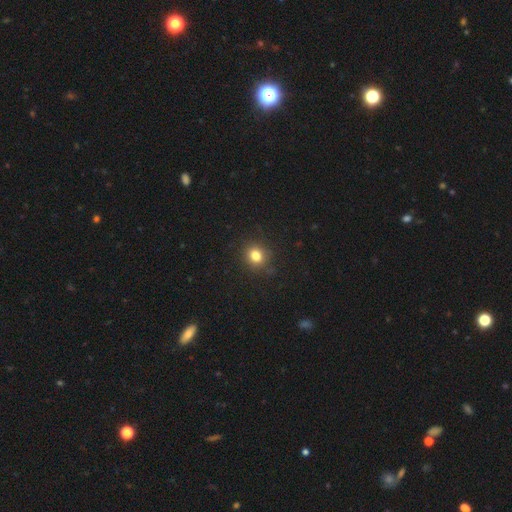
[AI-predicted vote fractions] This is clearly a smooth galaxy (81%). How rounded: likely round (77%). Merging: clearly none (88%).